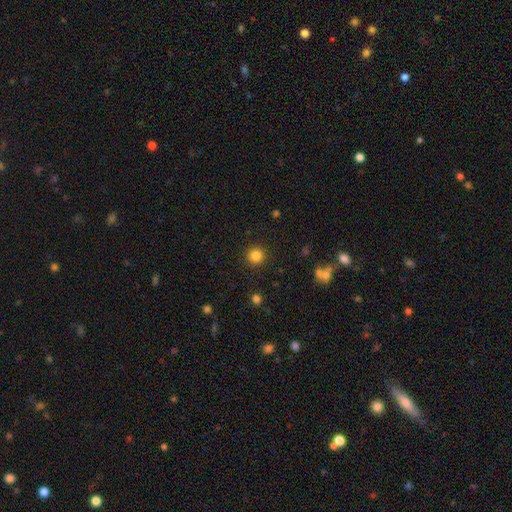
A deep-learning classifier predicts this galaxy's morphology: Q: Smooth or featured?
A: smooth (84%); runner-up: star or artifact (12%)
Q: How rounded?
A: round (94%); runner-up: in between (5%)
Q: Merging?
A: none (92%); runner-up: minor disturbance (5%)